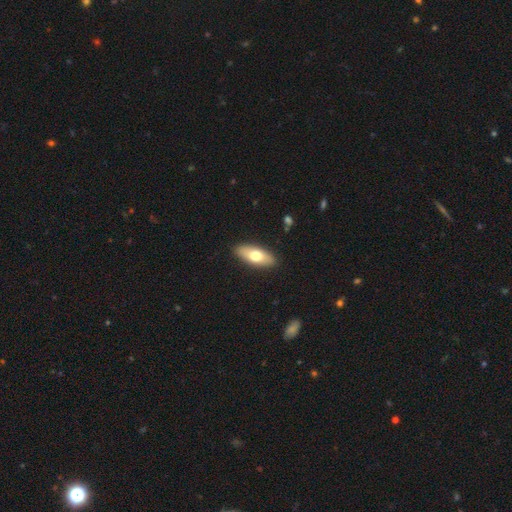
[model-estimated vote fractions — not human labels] Smooth or featured: smooth — 68% (featured or disk — 27%)
How rounded: in between — 79% (cigar-shaped — 18%)
Merging: none — 89% (minor disturbance — 8%)